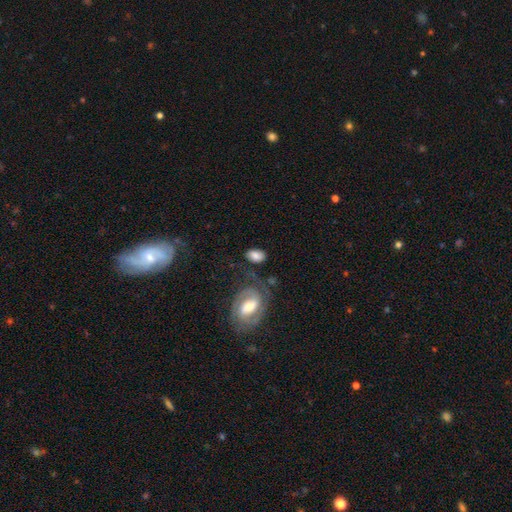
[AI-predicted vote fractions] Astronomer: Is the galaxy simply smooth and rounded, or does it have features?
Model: smooth — 70%.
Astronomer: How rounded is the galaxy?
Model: in between — 88%.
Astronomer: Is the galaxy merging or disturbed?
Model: none — 63%.